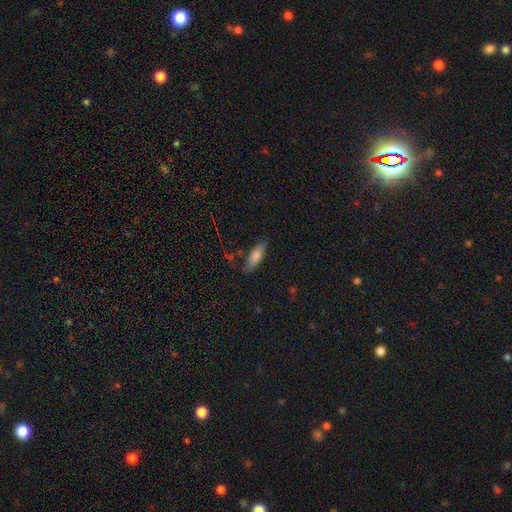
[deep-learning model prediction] Smooth or featured: smooth — 75% (featured or disk — 18%)
How rounded: in between — 59% (cigar-shaped — 39%)
Merging: none — 77% (minor disturbance — 17%)